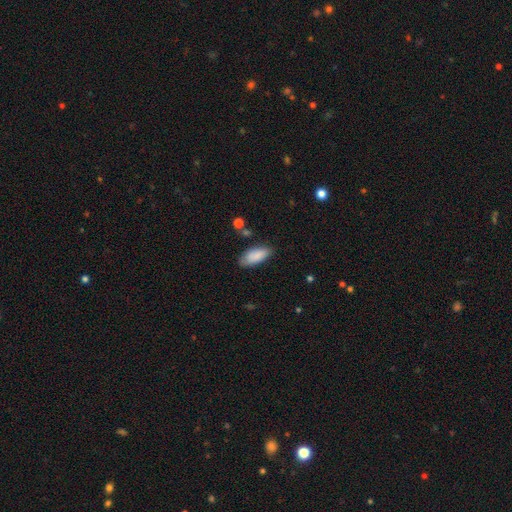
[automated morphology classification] A smooth galaxy with no disk features (85%) that is in between round and cigar-shaped (85%).

Vote fractions:
- Smooth or featured? smooth: 85% / featured or disk: 9% / star or artifact: 6%
- How rounded? in between: 85% / cigar-shaped: 13% / round: 2%
- Merging? none: 74% / minor disturbance: 20% / major disturbance: 4% / merger: 3%